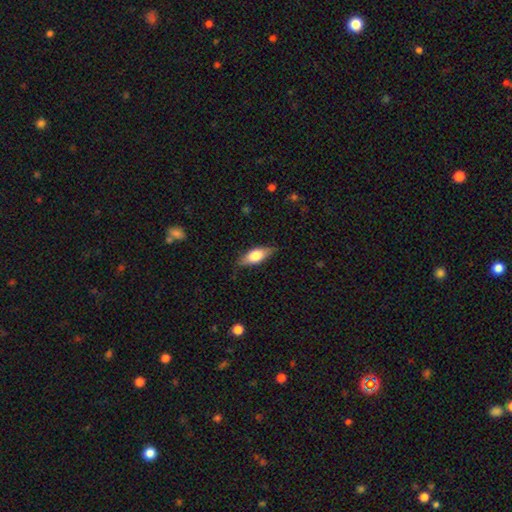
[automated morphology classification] smooth 66%, featured or disk 27%, star or artifact 6%. Down the decision tree: how rounded — in between (76%); merging — none (81%).